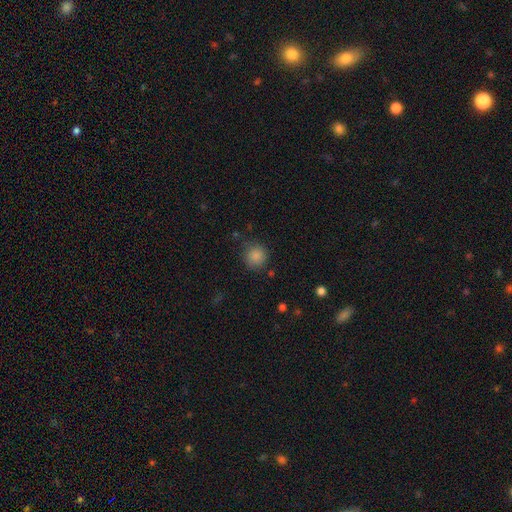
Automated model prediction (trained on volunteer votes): This appears to be a smooth galaxy with no disk features (85%) that is round (91%). Merging: none (77%).